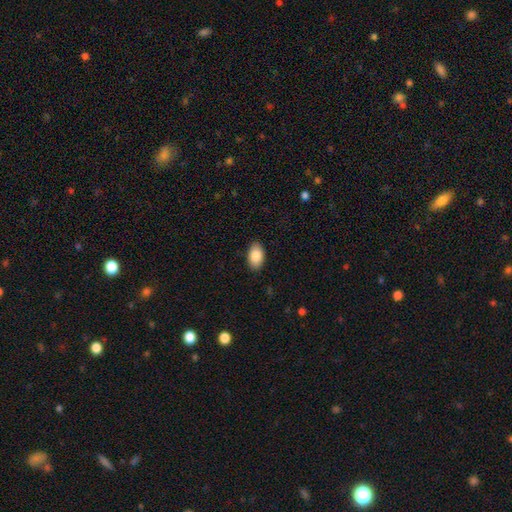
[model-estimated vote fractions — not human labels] Smooth or featured: smooth — 88% (star or artifact — 7%)
How rounded: in between — 93% (round — 6%)
Merging: none — 89% (minor disturbance — 8%)